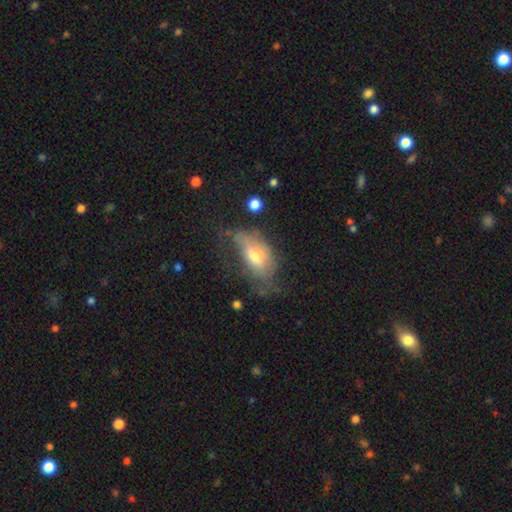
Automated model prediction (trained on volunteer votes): Smooth or featured? Predicted: smooth (p=0.55). How rounded? Predicted: in between (p=0.89). Merging? Predicted: major disturbance (p=0.36).